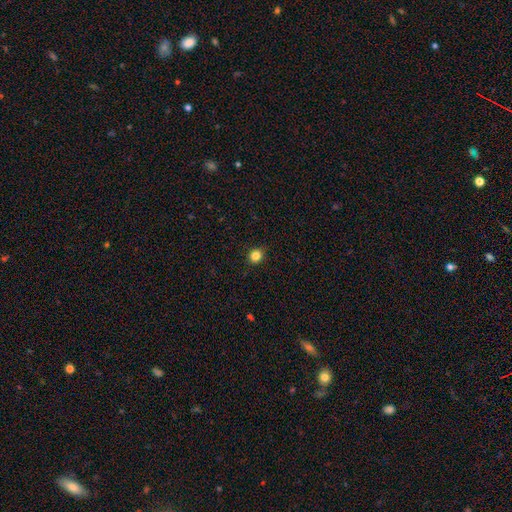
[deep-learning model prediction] A smooth galaxy with no disk features (84%) that is round (83%).

Vote fractions:
- Smooth or featured? smooth: 84% / star or artifact: 12% / featured or disk: 4%
- How rounded? round: 83% / in between: 17% / cigar-shaped: 1%
- Merging? none: 91% / minor disturbance: 6% / major disturbance: 2% / merger: 1%